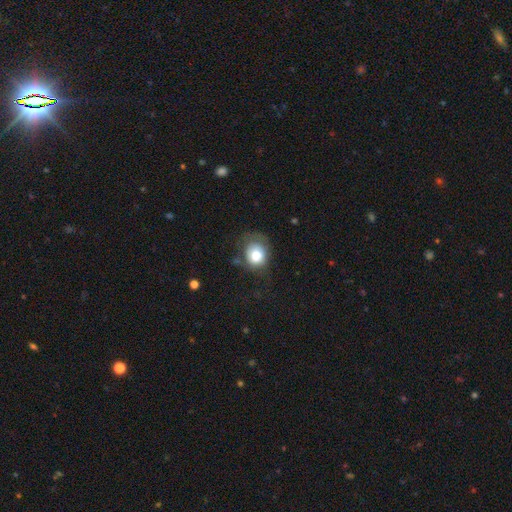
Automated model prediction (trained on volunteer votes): Smooth or featured? smooth (72%)
How rounded? round (69%)
Merging? none (50%)